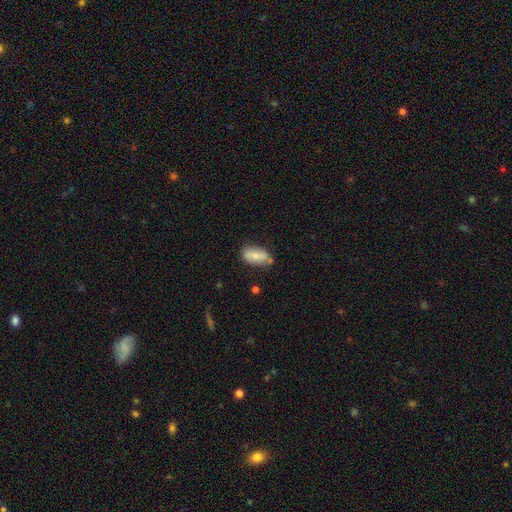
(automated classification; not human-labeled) Smooth or featured? smooth (73%)
How rounded? in between (90%)
Merging? none (68%)